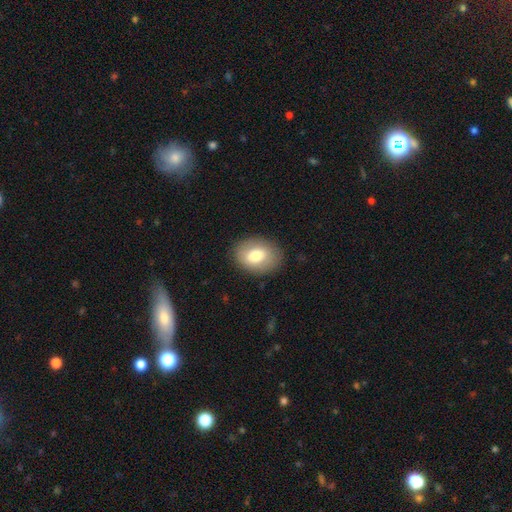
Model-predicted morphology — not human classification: smooth 73%, featured or disk 19%, star or artifact 7%. Down the decision tree: how rounded — in between (70%); merging — none (85%).